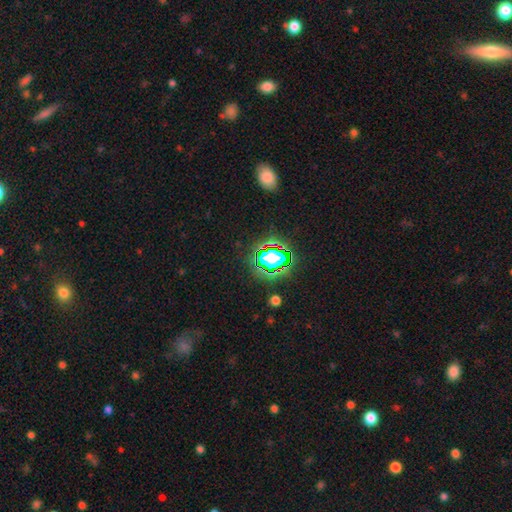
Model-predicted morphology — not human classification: Smooth or featured?
  - star or artifact: 76% *
  - smooth: 16%
  - featured or disk: 8%